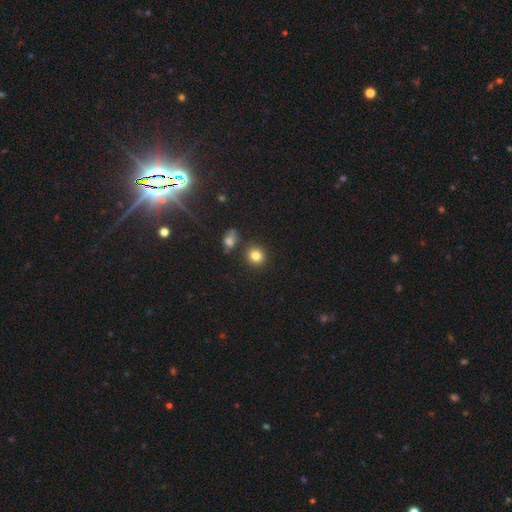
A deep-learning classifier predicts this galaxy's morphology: type=smooth (82%); roundness=round (87%); merging=none (83%).